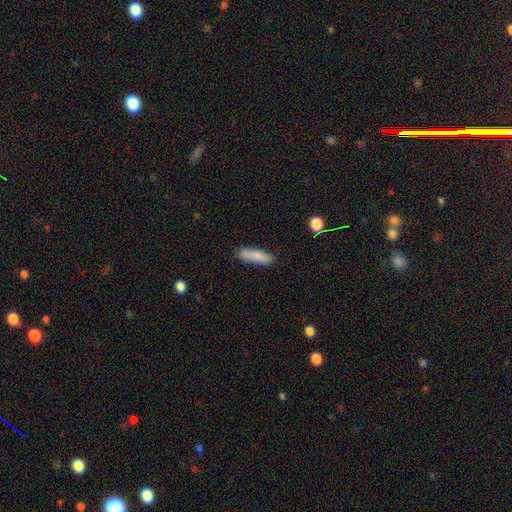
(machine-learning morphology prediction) smooth 85%, featured or disk 8%, star or artifact 7%. Down the decision tree: how rounded — cigar-shaped (61%); merging — none (82%).